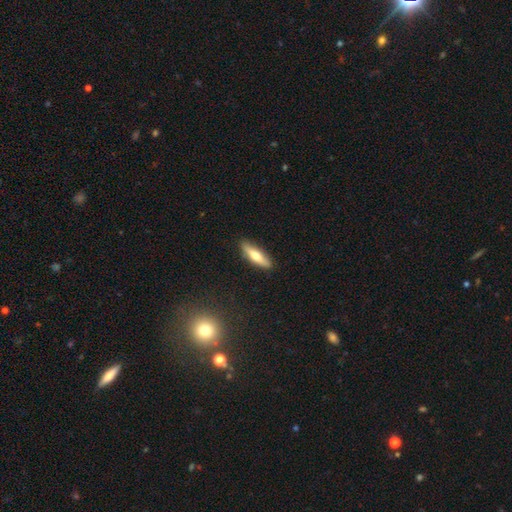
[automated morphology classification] A smooth galaxy with no disk features (60%) that is cigar-shaped (68%). Merging: none (88%).